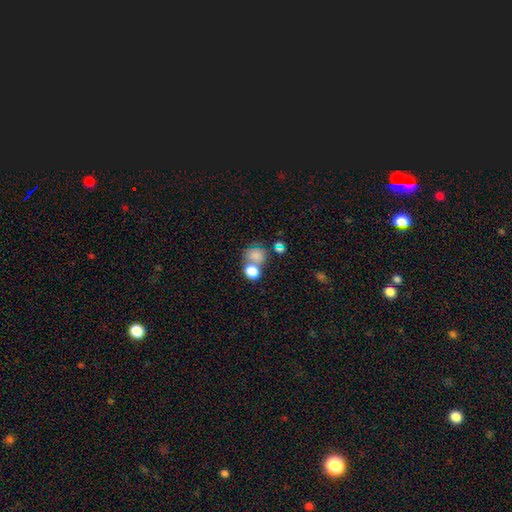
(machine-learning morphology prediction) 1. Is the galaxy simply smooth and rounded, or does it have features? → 74% smooth, 13% star or artifact, 12% featured or disk.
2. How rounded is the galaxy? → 68% round, 31% in between, 1% cigar-shaped.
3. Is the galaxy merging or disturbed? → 44% merger, 38% none, 11% minor disturbance, 7% major disturbance.